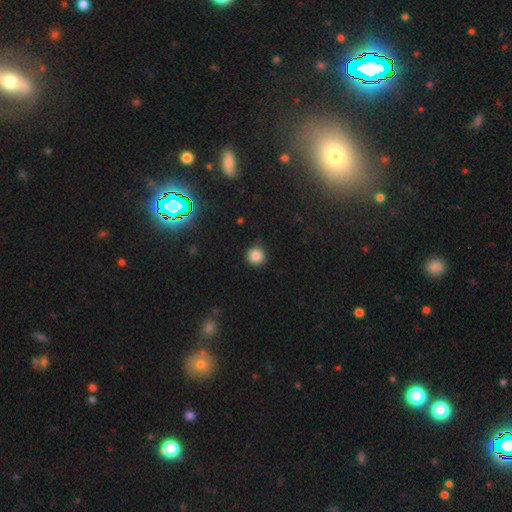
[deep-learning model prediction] Smooth or featured? Predicted: smooth (p=0.85). How rounded? Predicted: round (p=0.94). Merging? Predicted: none (p=0.86).